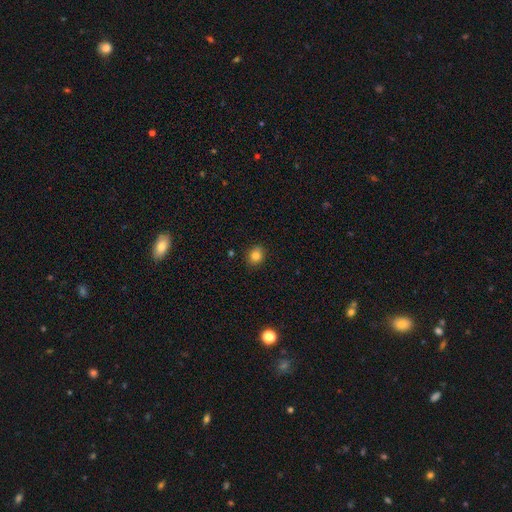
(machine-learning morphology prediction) The model was most divided on "how rounded": round: 73%, in between: 26%, cigar-shaped: 1%. More confident: merging — none (85%); smooth or featured — smooth (83%).